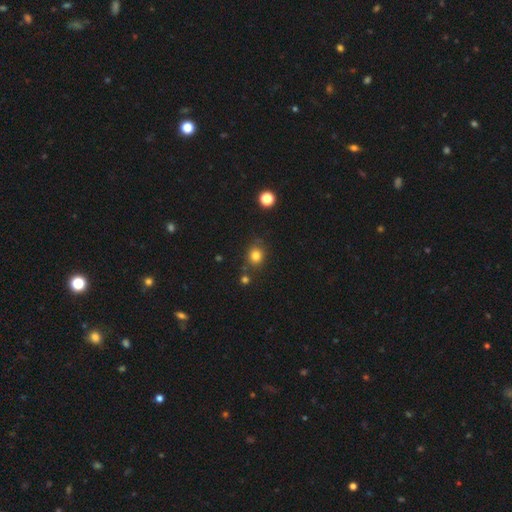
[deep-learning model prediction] Q: Smooth or featured?
A: smooth (81%); runner-up: star or artifact (13%)
Q: How rounded?
A: round (74%); runner-up: in between (25%)
Q: Merging?
A: none (77%); runner-up: minor disturbance (13%)